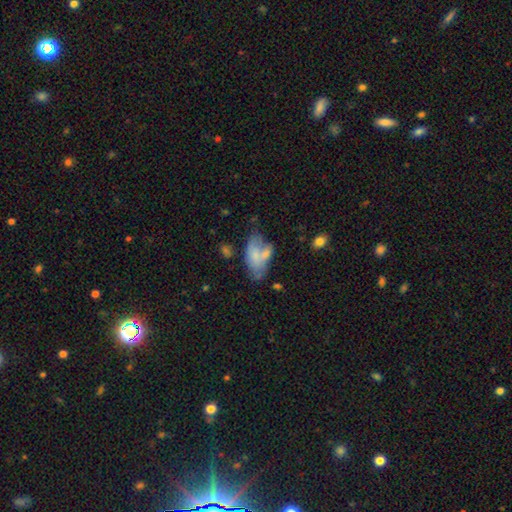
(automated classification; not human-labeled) Q: Smooth or featured?
A: smooth (62%); runner-up: featured or disk (29%)
Q: How rounded?
A: in between (92%); runner-up: round (5%)
Q: Merging?
A: none (31%); runner-up: merger (30%)